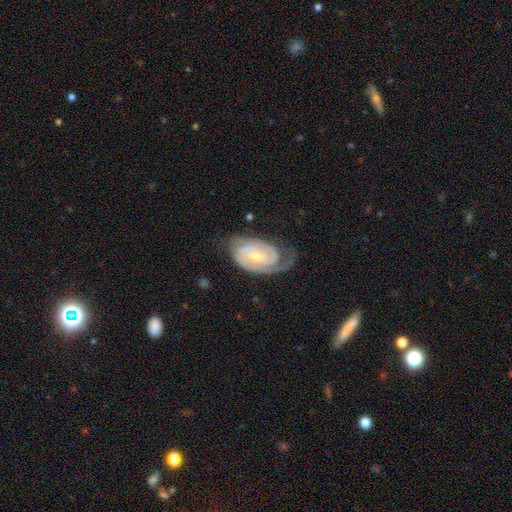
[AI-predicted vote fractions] Smooth or featured? featured or disk (89%)
Edge-on disk? no (97%)
Bar? weak (48%)
Spiral arms? yes (97%)
Spiral winding? tight (66%)
Spiral arm count? 2 (68%)
Bulge size? moderate (49%)
Merging? none (66%)